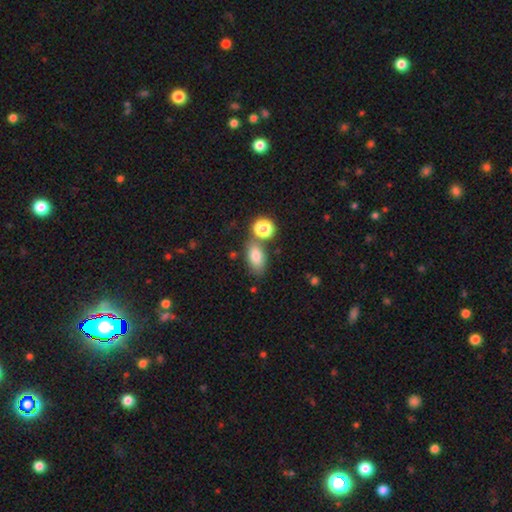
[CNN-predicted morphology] A smooth galaxy with no disk features (81%) that is in between round and cigar-shaped (87%). Merging: none (65%).